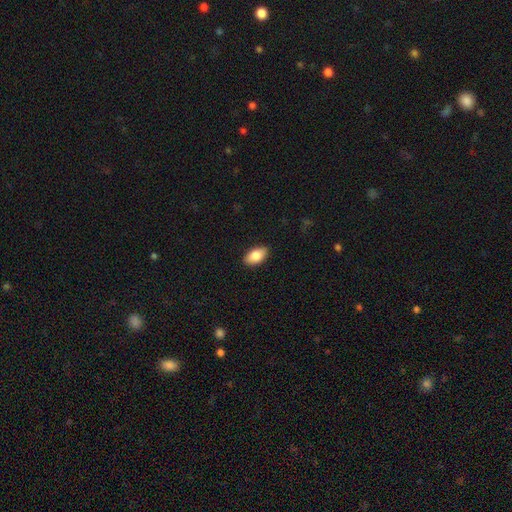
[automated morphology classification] type=smooth (84%); roundness=in between (93%); merging=none (88%).